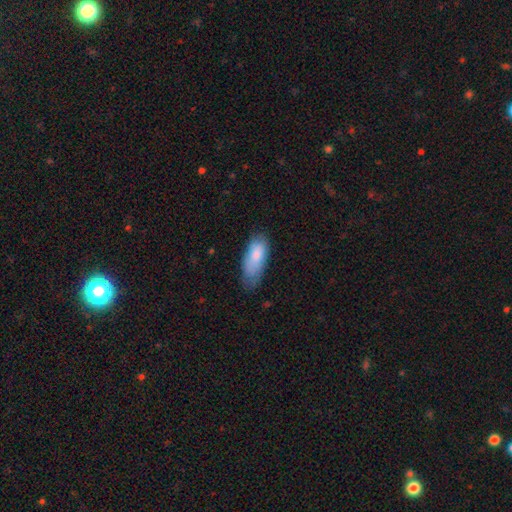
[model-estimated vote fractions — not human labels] Morphology: type=smooth (80%); roundness=in between (83%); merging=none (52%).